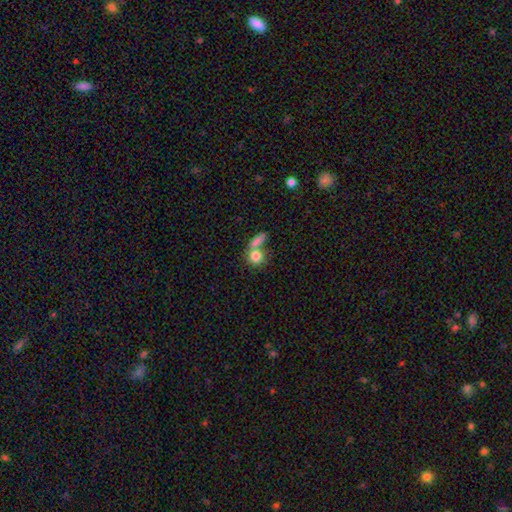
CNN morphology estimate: Overall: smooth (80%). How rounded: round (72%). Merging: merger (46%; none 39%).